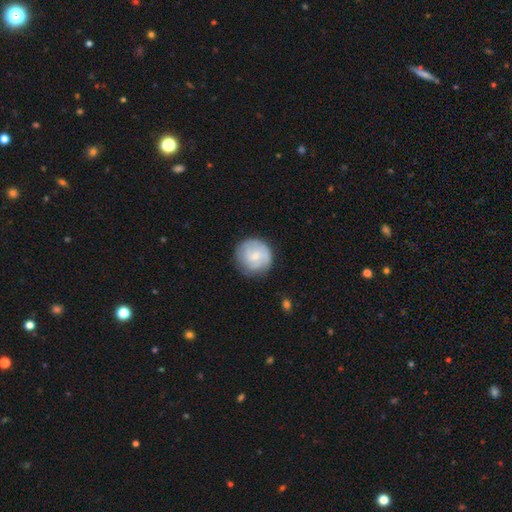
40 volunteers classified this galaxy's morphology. Smooth or featured?
  - smooth: 65% *
  - featured or disk: 32%
  - star or artifact: 2%
How rounded?
  - round: 96% *
  - in between: 4%
  - cigar-shaped: 0%
Merging?
  - none: 82% *
  - major disturbance: 10%
  - minor disturbance: 8%
  - merger: 0%